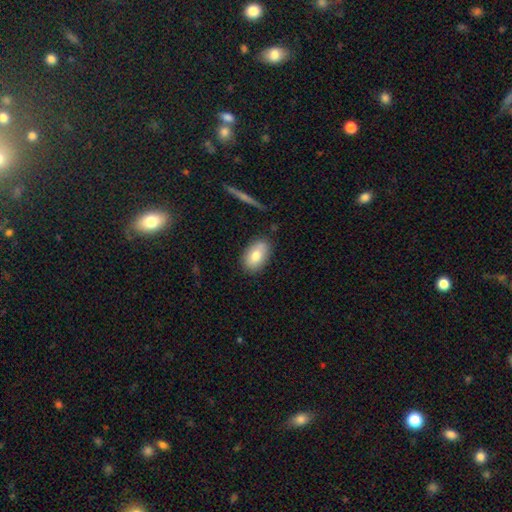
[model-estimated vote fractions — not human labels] Smooth or featured? Predicted: smooth (p=0.78). How rounded? Predicted: in between (p=0.90). Merging? Predicted: none (p=0.80).